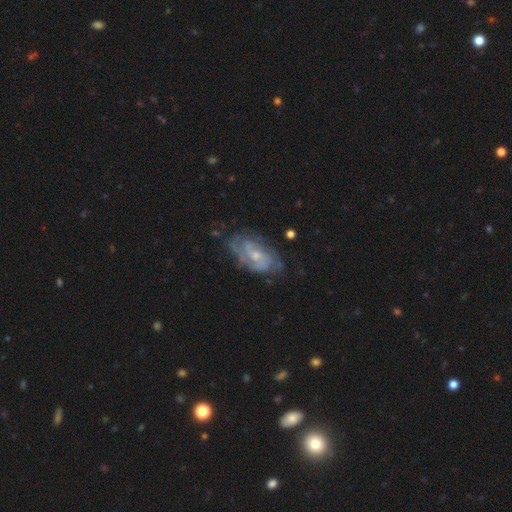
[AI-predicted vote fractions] This is clearly a featured or disk galaxy (81%). It is clearly not viewed edge-on (96%). Bar: likely no (62%). Spiral arm pattern: clearly yes (91%). Spiral arm count: marginally 2 (39%). Spiral winding: possibly tight (50%). Central bulge: possibly small (56%). Merging: likely none (66%).